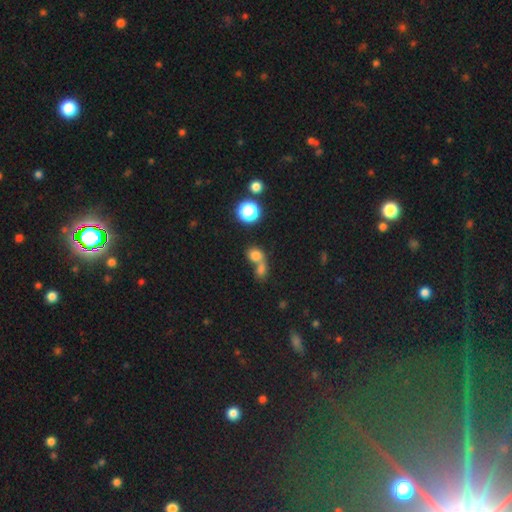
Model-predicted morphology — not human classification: smooth-or-featured: smooth: 75% | star or artifact: 15% | featured or disk: 10%
  how-rounded: round: 60% | in between: 38% | cigar-shaped: 2%
  merging: merger: 61% | none: 29% | minor disturbance: 6% | major disturbance: 5%